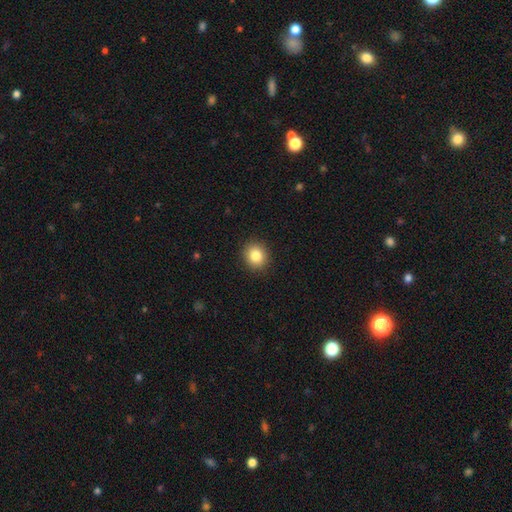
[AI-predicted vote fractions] The model was most divided on "how rounded": round: 83%, in between: 16%, cigar-shaped: 1%. More confident: merging — none (91%); smooth or featured — smooth (84%).